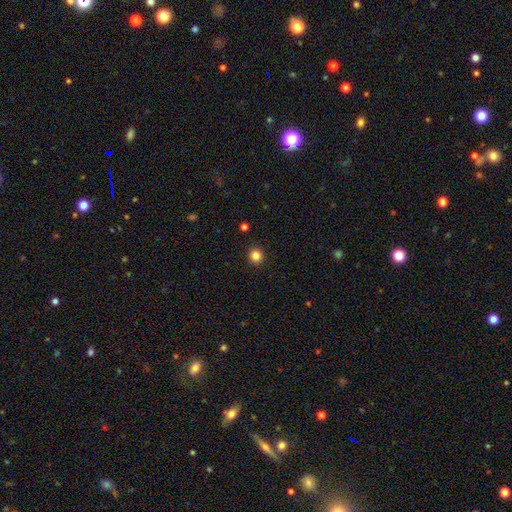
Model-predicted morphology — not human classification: Smooth or featured: smooth — 84% (star or artifact — 12%)
How rounded: round — 92% (in between — 7%)
Merging: none — 92% (minor disturbance — 5%)